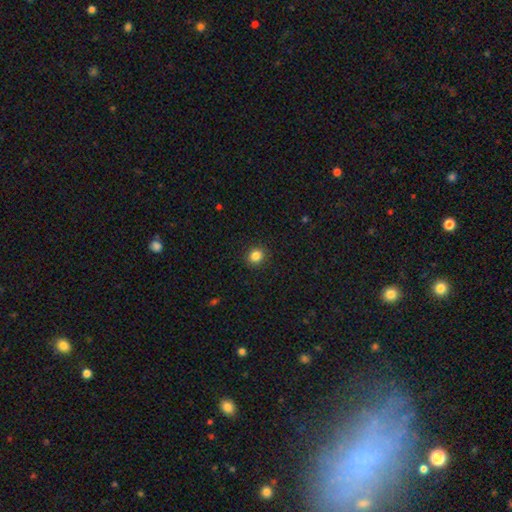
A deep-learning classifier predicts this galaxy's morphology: Overall: smooth (85%). How rounded: round (81%). Merging: none (91%).